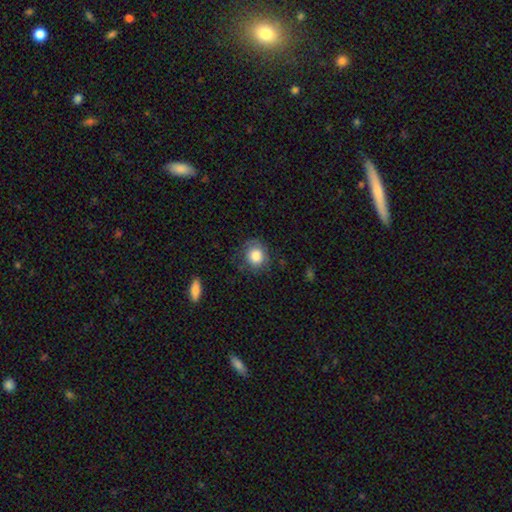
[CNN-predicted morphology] This appears to be a smooth galaxy with no disk features (81%) that is round (77%). Merging: none (74%).